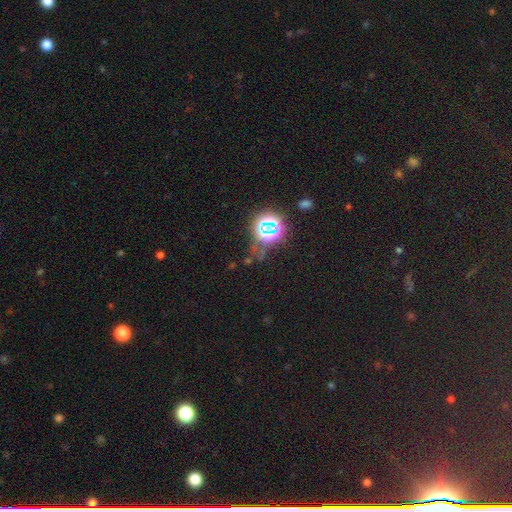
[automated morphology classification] This appears to be a star or artifact, not a galaxy (60%).